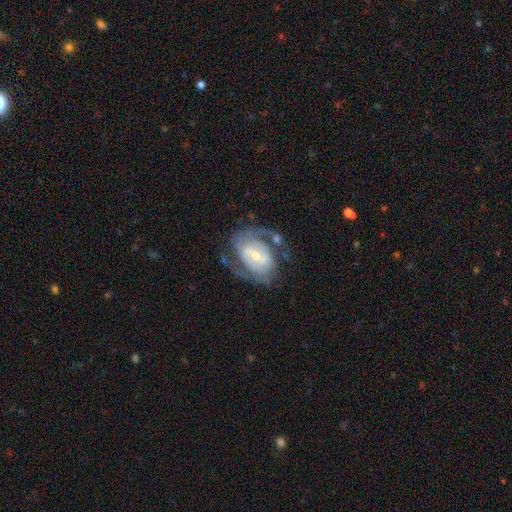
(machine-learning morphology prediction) smooth_or_featured: featured or disk (p=0.82) [alt: smooth p=0.12]
disk_edge_on: no (p=0.97) [alt: yes p=0.03]
bar: weak (p=0.47) [alt: no p=0.27]
has_spiral_arms: yes (p=0.89) [alt: no p=0.11]
spiral_winding: medium (p=0.45) [alt: tight p=0.36]
spiral_arm_count: 2 (p=0.69) [alt: can't tell p=0.16]
bulge_size: small (p=0.58) [alt: moderate p=0.34]
merging: none (p=0.54) [alt: major disturbance p=0.21]